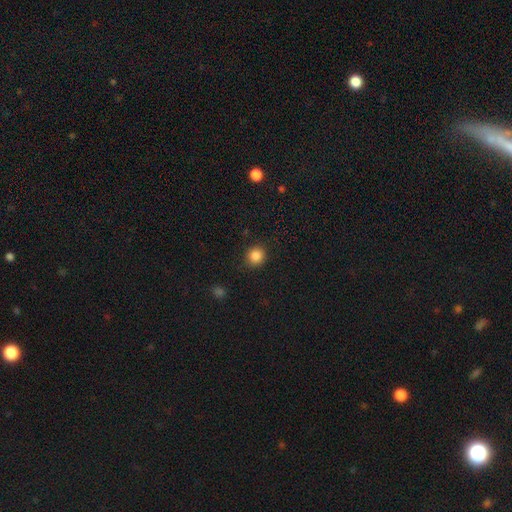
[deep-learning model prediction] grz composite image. It shows a smooth galaxy with no disk features (85%) that is round (88%). Merging: none (88%).